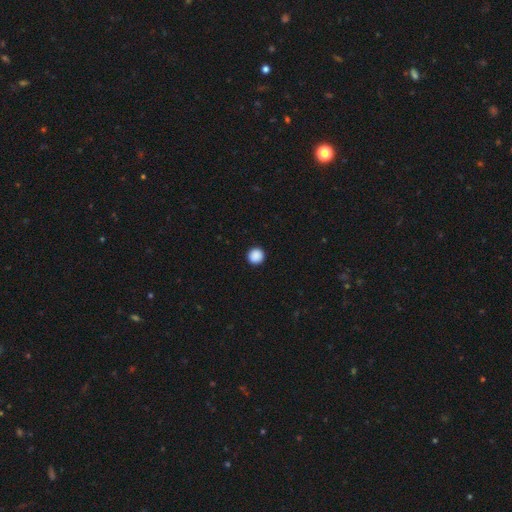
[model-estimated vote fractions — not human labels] Morphology: type=smooth (89%); roundness=round (95%); merging=none (93%).